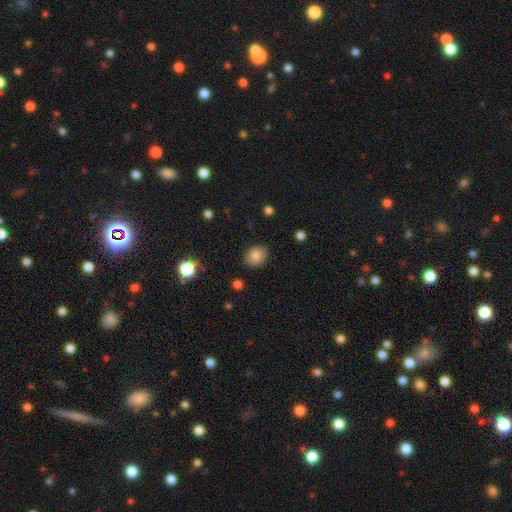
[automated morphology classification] Smooth or featured?
  - smooth: 82% *
  - star or artifact: 9%
  - featured or disk: 9%
How rounded?
  - in between: 51% *
  - round: 48%
  - cigar-shaped: 1%
Merging?
  - none: 84% *
  - minor disturbance: 12%
  - major disturbance: 3%
  - merger: 1%